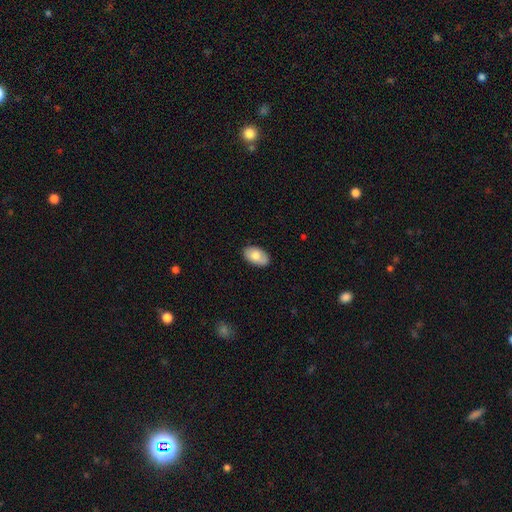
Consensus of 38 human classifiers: Morphology: type=smooth (71%); roundness=in between (89%); merging=none (89%).